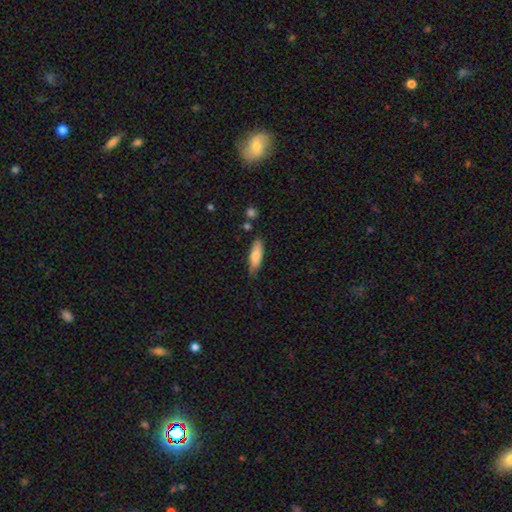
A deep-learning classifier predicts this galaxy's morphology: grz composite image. It shows a smooth galaxy with no disk features (81%) that is cigar-shaped (50%). Merging: none (76%).